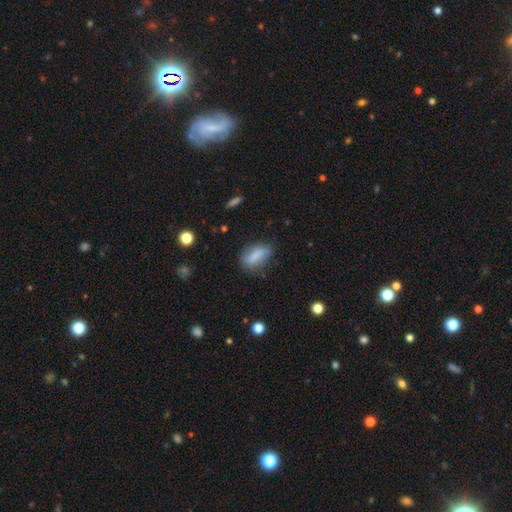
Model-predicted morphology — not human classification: type=smooth (79%); roundness=in between (77%); merging=none (72%).